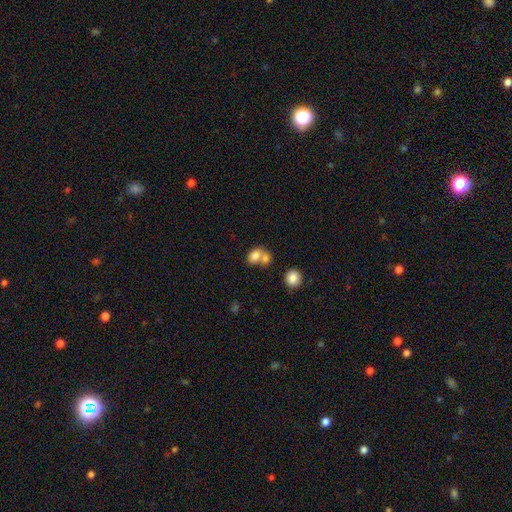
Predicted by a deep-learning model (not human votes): smooth-or-featured: smooth: 77% | featured or disk: 13% | star or artifact: 10%
  how-rounded: in between: 63% | round: 35% | cigar-shaped: 1%
  merging: merger: 59% | none: 28% | minor disturbance: 8% | major disturbance: 5%